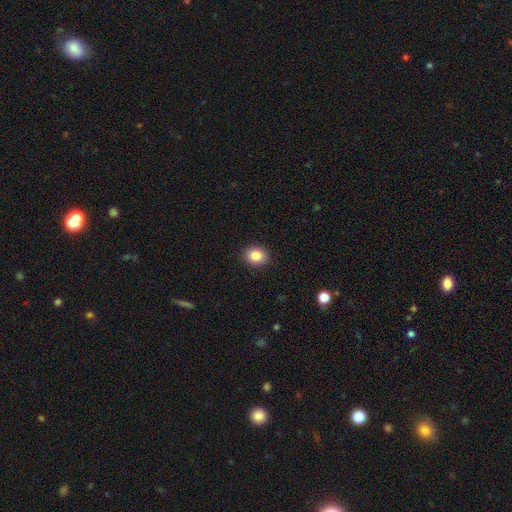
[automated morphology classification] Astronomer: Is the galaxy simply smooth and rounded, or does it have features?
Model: smooth — 85%.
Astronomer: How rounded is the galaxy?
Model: round — 59% (runner-up: in between, 40%).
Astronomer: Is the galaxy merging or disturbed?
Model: none — 91%.